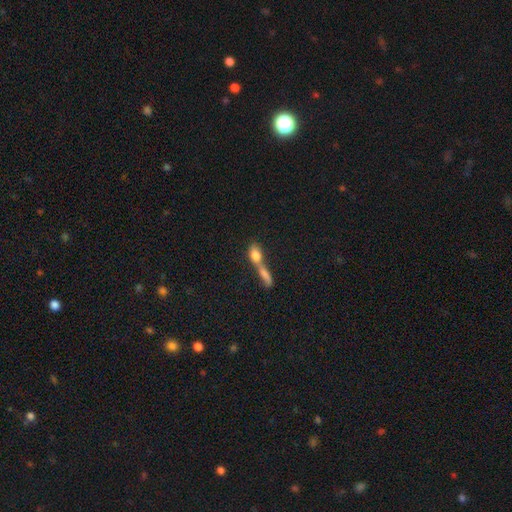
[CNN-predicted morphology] Smooth or featured? smooth (73%)
How rounded? in between (65%)
Merging? merger (70%)